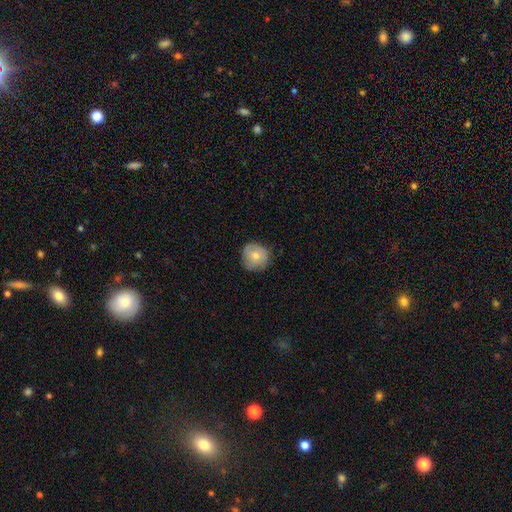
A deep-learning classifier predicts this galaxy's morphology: Smooth or featured? smooth (71%)
How rounded? round (90%)
Merging? none (77%)